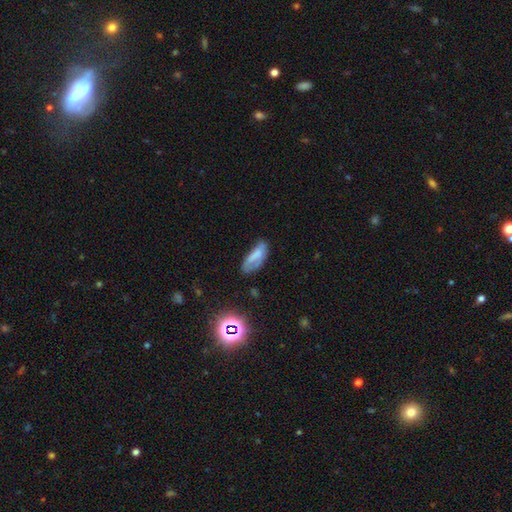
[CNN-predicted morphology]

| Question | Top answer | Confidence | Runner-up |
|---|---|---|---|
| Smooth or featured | smooth | 64% | featured or disk (25%) |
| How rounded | in between | 77% | cigar-shaped (20%) |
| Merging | none | 45% | minor disturbance (33%) |